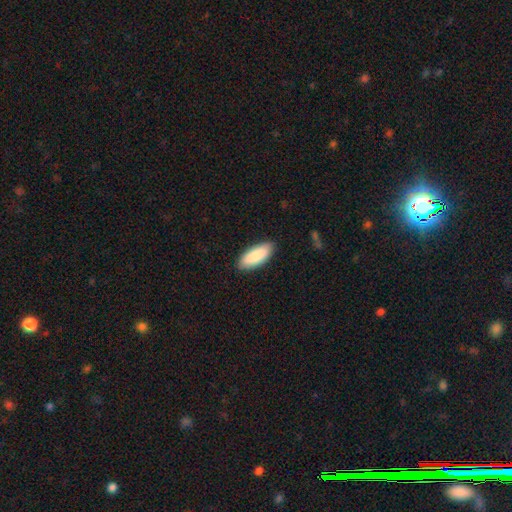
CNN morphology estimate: Q: Smooth or featured?
A: smooth (89%); runner-up: featured or disk (6%)
Q: How rounded?
A: in between (80%); runner-up: cigar-shaped (18%)
Q: Merging?
A: none (87%); runner-up: minor disturbance (10%)